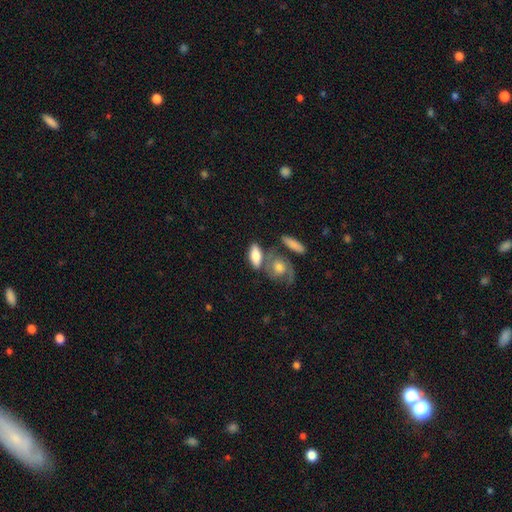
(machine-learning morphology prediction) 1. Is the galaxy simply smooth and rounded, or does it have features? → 71% smooth, 22% featured or disk, 7% star or artifact.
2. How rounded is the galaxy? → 78% in between, 17% cigar-shaped, 5% round.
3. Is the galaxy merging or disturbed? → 46% none, 30% merger, 15% minor disturbance, 8% major disturbance.